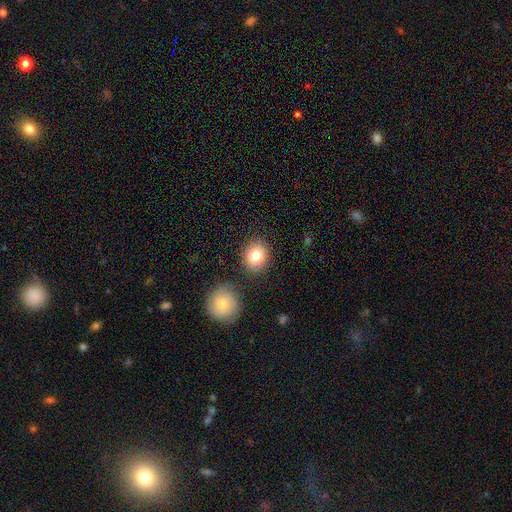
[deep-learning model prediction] A smooth galaxy with no disk features (81%) that is round (68%). Merging: none (81%).